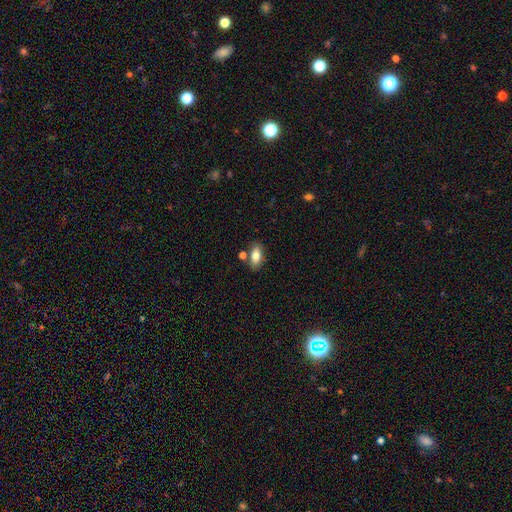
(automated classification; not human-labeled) smooth_or_featured: smooth (p=0.78) [alt: featured or disk p=0.14]
how_rounded: in between (p=0.88) [alt: cigar-shaped p=0.08]
merging: none (p=0.75) [alt: minor disturbance p=0.12]